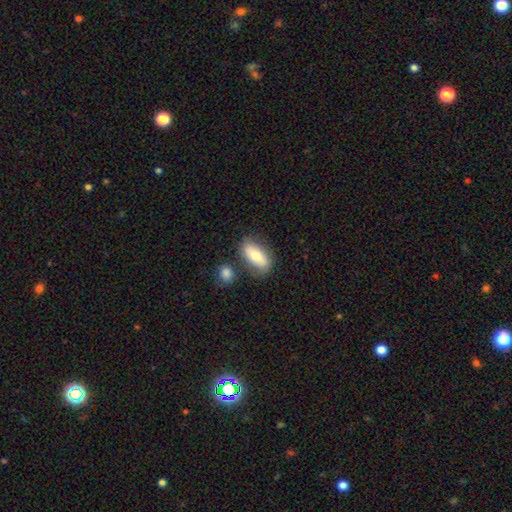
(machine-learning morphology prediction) Smooth or featured: smooth — 71% (featured or disk — 23%)
How rounded: in between — 87% (cigar-shaped — 9%)
Merging: none — 70% (minor disturbance — 15%)